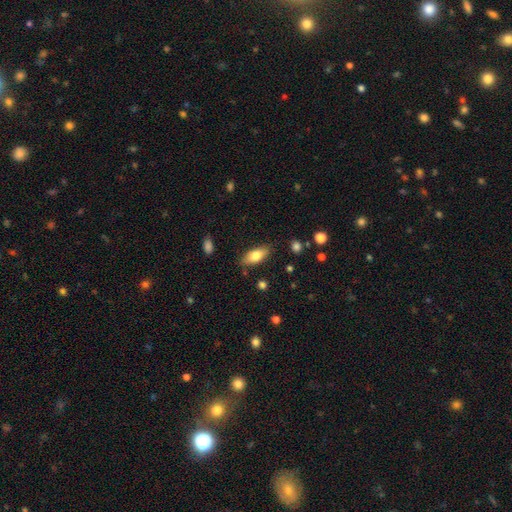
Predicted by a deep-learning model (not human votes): Smooth or featured? Predicted: smooth (p=0.77). How rounded? Predicted: in between (p=0.83). Merging? Predicted: none (p=0.83).